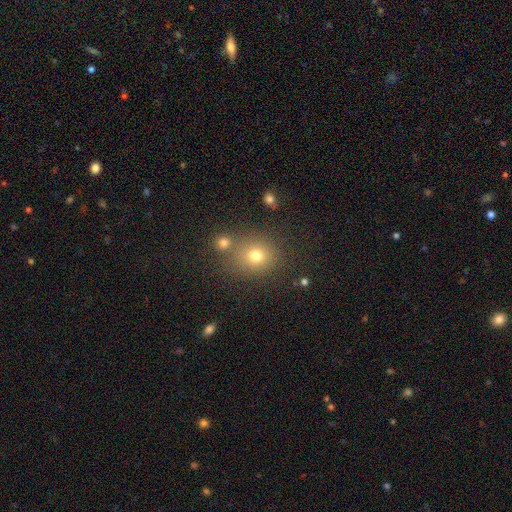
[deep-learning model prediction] A smooth galaxy with no disk features (74%) that is round (78%). Merging: none (70%).